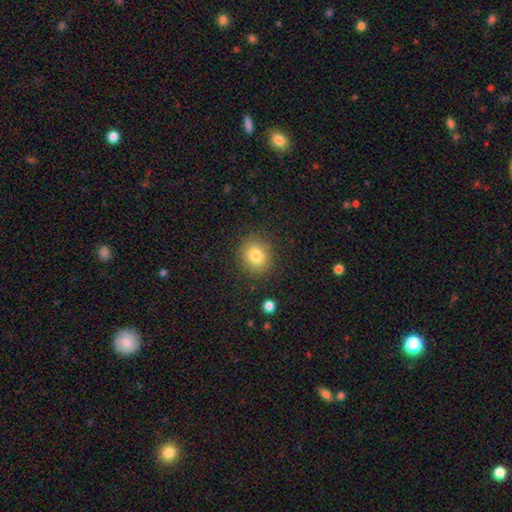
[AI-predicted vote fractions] smooth 81%, star or artifact 11%, featured or disk 9%. Down the decision tree: how rounded — round (69%); merging — none (86%).